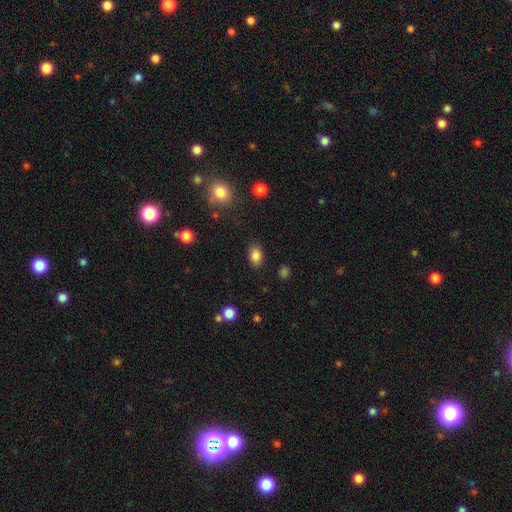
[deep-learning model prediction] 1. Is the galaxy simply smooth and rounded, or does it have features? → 84% smooth, 10% star or artifact, 6% featured or disk.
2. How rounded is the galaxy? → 78% in between, 21% round, 1% cigar-shaped.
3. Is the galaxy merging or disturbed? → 84% none, 11% minor disturbance, 3% major disturbance, 2% merger.